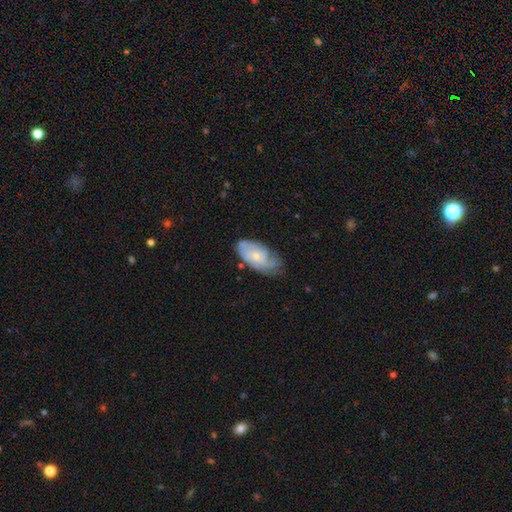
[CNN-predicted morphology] This is likely a featured or disk galaxy (66%). It is clearly not viewed edge-on (94%). Bar: likely no (79%). Spiral arm pattern: clearly yes (86%). Spiral arm count: possibly can't tell (47%). Spiral winding: possibly tight (59%). Central bulge: likely small (64%). Merging: possibly none (59%).